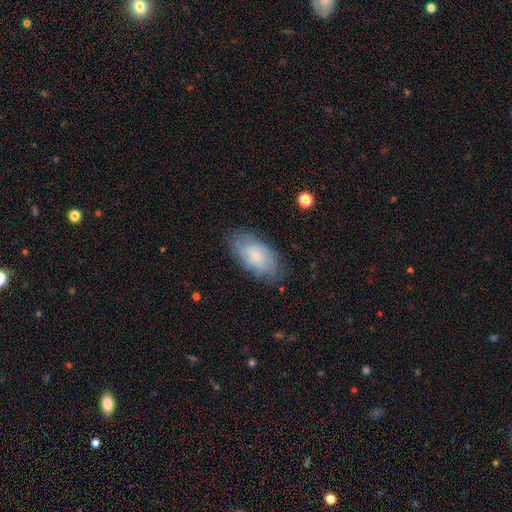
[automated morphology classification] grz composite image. It shows a smooth galaxy with no disk features (49%). Merging: none (76%).